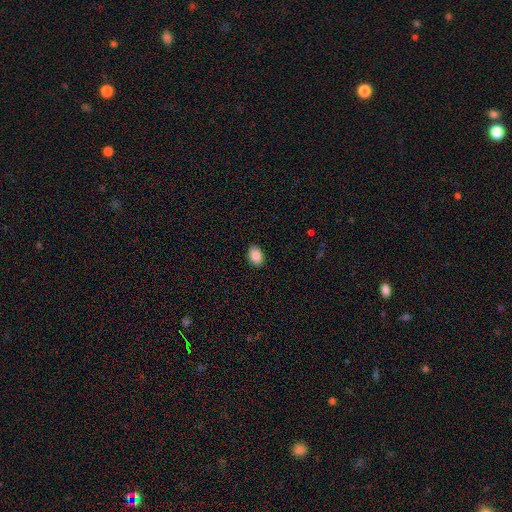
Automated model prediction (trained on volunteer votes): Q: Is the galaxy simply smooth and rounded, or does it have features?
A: smooth — 89%.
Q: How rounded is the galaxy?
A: in between — 80%.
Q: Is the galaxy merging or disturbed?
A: none — 88%.